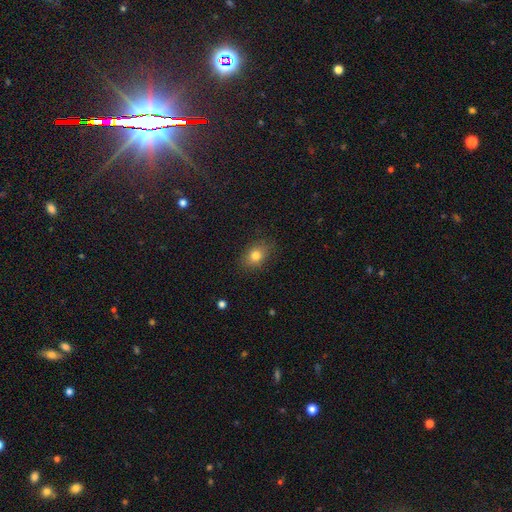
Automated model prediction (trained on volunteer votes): Morphology: type=smooth (79%); roundness=in between (66%); merging=none (84%).